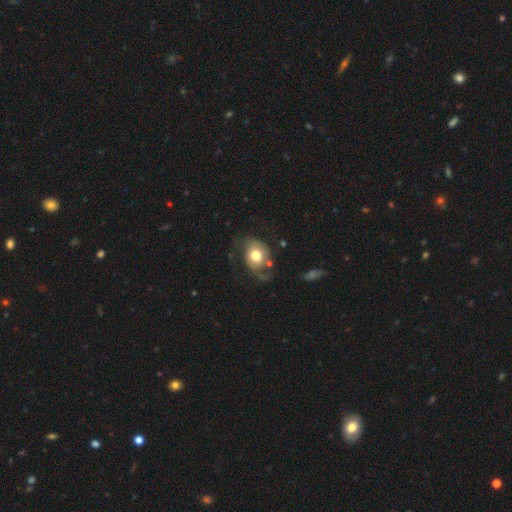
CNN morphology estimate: Smooth or featured? Predicted: smooth (p=0.51). How rounded? Predicted: round (p=0.50). Merging? Predicted: none (p=0.42).